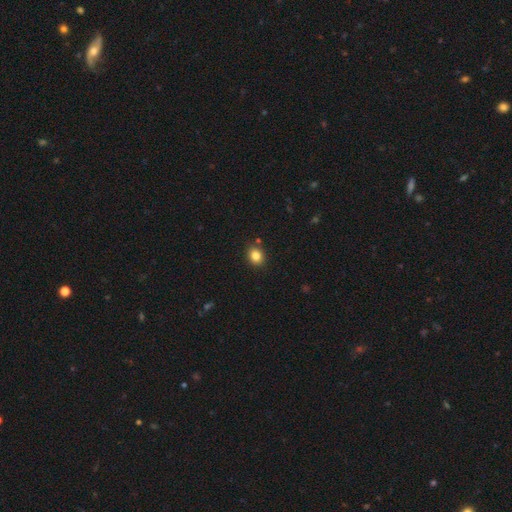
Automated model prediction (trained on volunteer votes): A smooth galaxy with no disk features (84%) that is round (57%). Merging: none (86%).